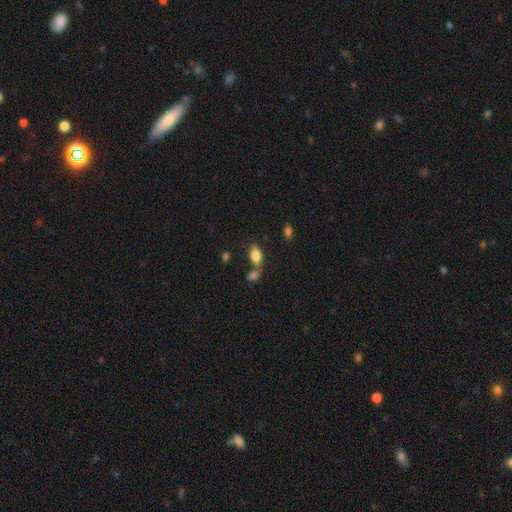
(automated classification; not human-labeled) smooth 84%, star or artifact 8%, featured or disk 7%. Down the decision tree: how rounded — in between (91%); merging — none (59%).